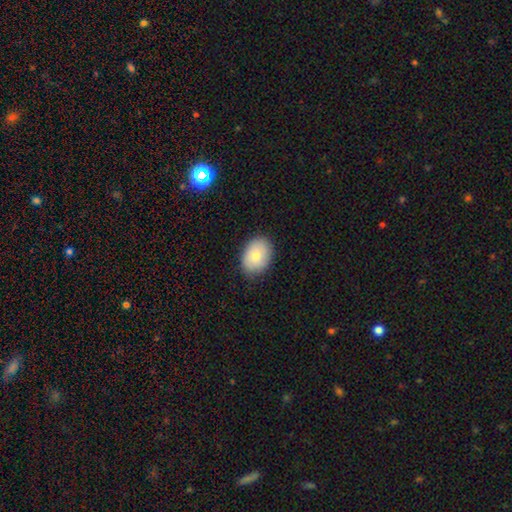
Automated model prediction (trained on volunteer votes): Overall: smooth (77%). How rounded: in between (74%). Merging: none (85%).